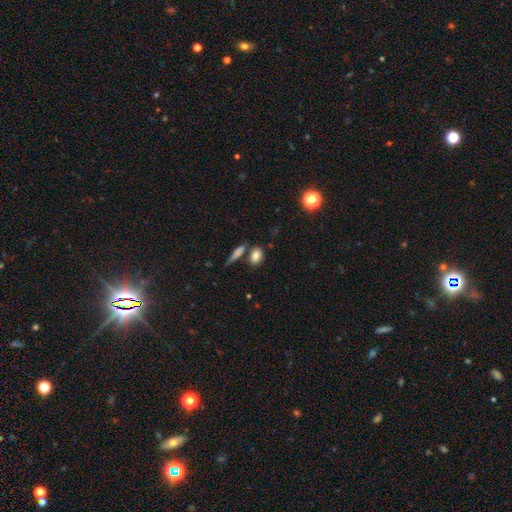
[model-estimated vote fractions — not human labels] A smooth galaxy with no disk features (83%) that is in between round and cigar-shaped (79%).

Vote fractions:
- Smooth or featured? smooth: 83% / star or artifact: 9% / featured or disk: 8%
- How rounded? in between: 79% / round: 14% / cigar-shaped: 7%
- Merging? none: 66% / merger: 18% / minor disturbance: 12% / major disturbance: 4%